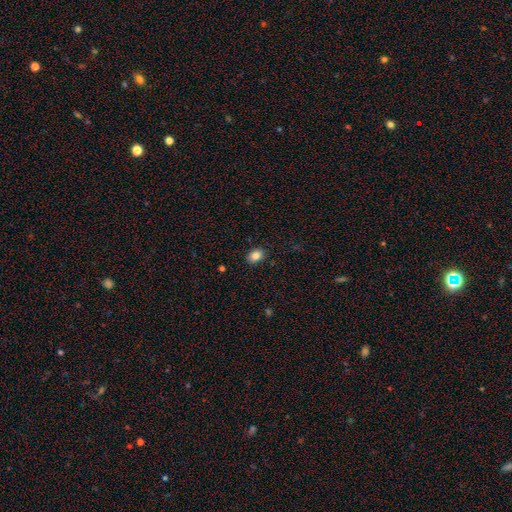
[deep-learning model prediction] Overall: smooth (84%). How rounded: in between (68%; round 31%). Merging: none (87%).